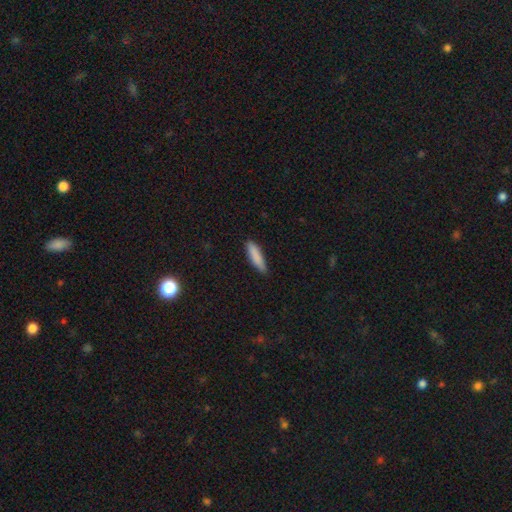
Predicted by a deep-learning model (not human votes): A smooth galaxy with no disk features (86%) that is cigar-shaped (71%). Merging: none (80%).